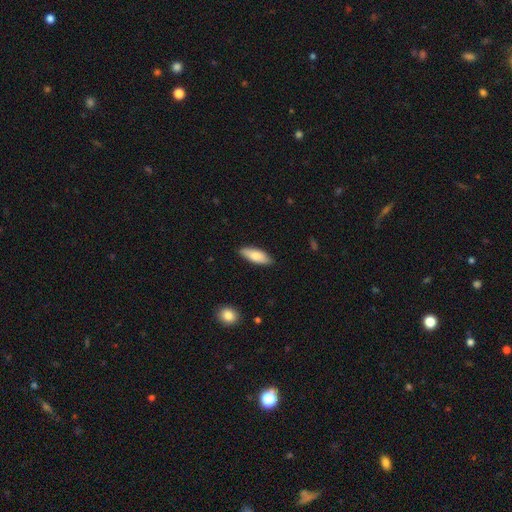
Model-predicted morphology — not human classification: type=smooth (80%); roundness=in between (66%); merging=none (87%).